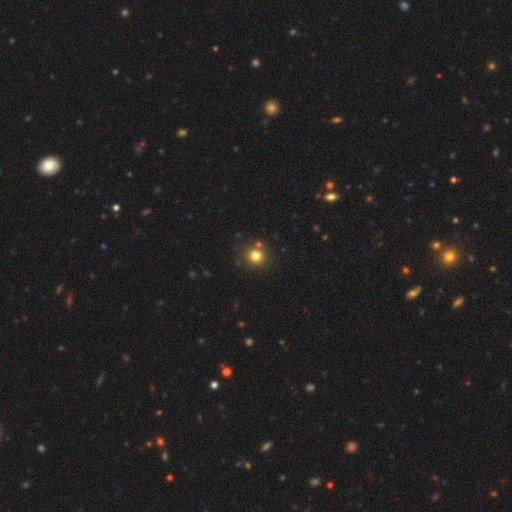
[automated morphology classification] Smooth or featured: smooth — 80% (star or artifact — 14%)
How rounded: round — 92% (in between — 7%)
Merging: none — 81% (merger — 9%)